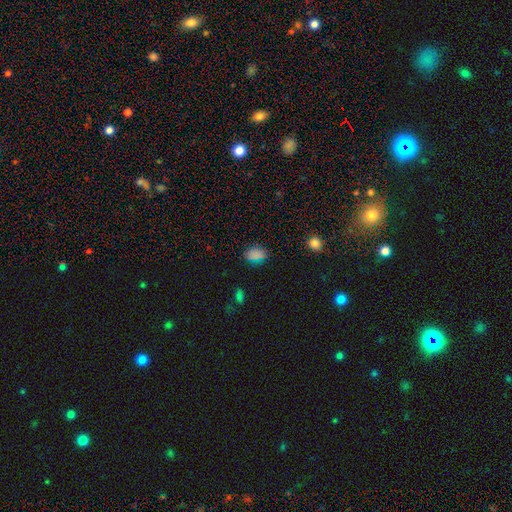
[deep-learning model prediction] smooth 75%, star or artifact 20%, featured or disk 5%. Down the decision tree: how rounded — in between (78%); merging — none (80%).